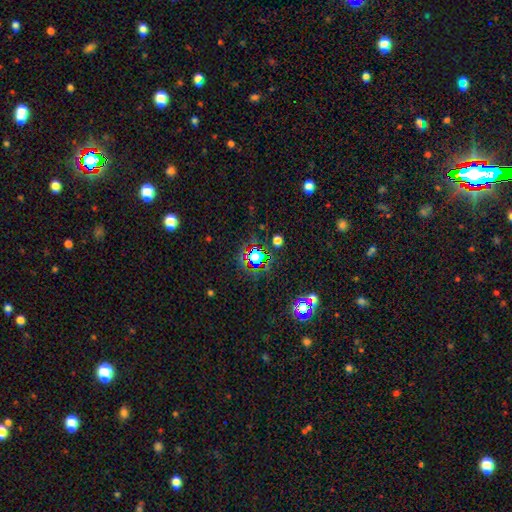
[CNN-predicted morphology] star or artifact 60%, smooth 29%, featured or disk 11%.